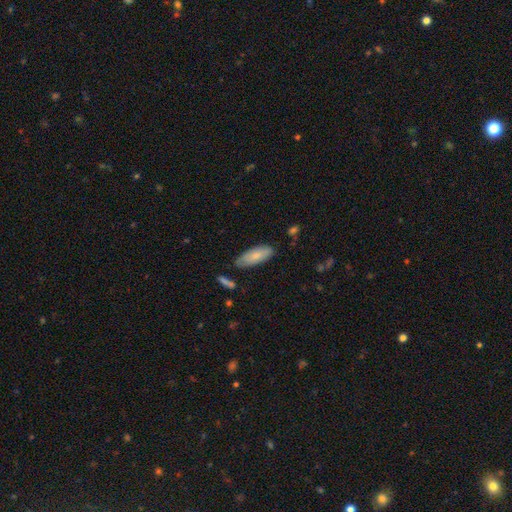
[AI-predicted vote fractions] A smooth galaxy with no disk features (77%) that is in between round and cigar-shaped (72%).

Vote fractions:
- Smooth or featured? smooth: 77% / featured or disk: 18% / star or artifact: 6%
- How rounded? in between: 72% / cigar-shaped: 26% / round: 2%
- Merging? none: 74% / minor disturbance: 19% / major disturbance: 3% / merger: 3%